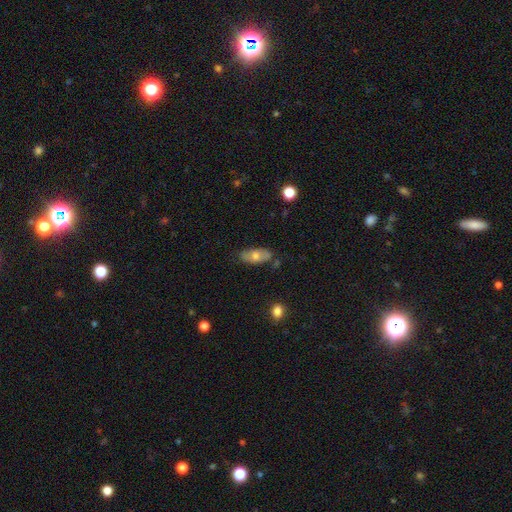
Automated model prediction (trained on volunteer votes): The model was most divided on "smooth or featured": smooth: 58%, featured or disk: 34%, star or artifact: 7%. More confident: how rounded — in between (83%); merging — none (76%).